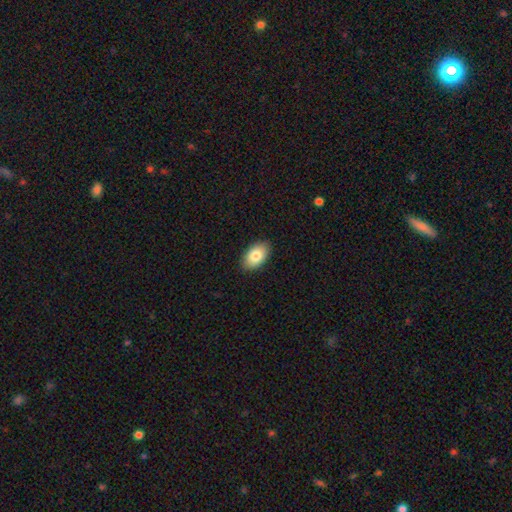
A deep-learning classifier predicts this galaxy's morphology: Smooth or featured: smooth — 82% (featured or disk — 12%)
How rounded: in between — 93% (round — 6%)
Merging: none — 89% (minor disturbance — 8%)